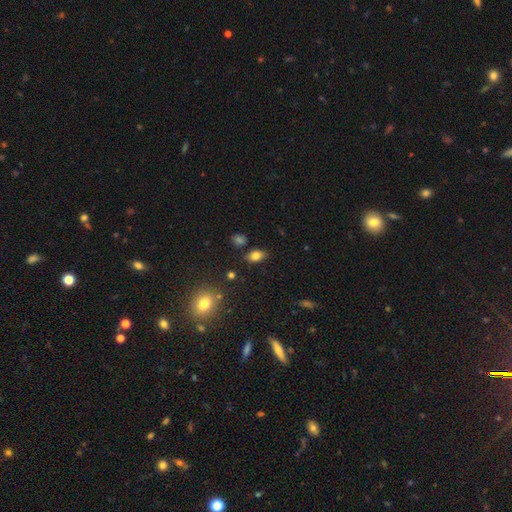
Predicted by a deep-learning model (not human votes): Smooth or featured?
  - smooth: 76% *
  - featured or disk: 13%
  - star or artifact: 11%
How rounded?
  - in between: 84% *
  - round: 11%
  - cigar-shaped: 4%
Merging?
  - none: 81% *
  - minor disturbance: 12%
  - merger: 4%
  - major disturbance: 3%